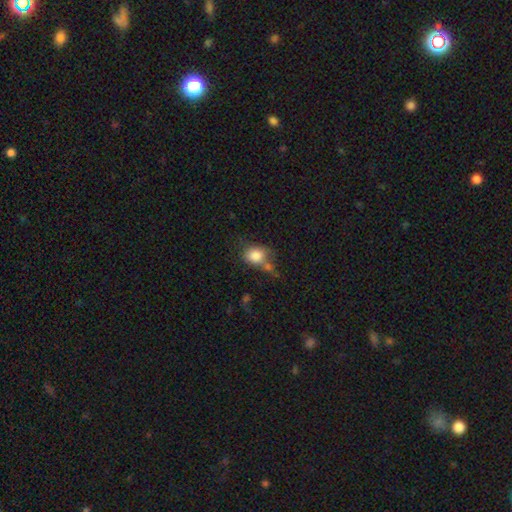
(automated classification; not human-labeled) Smooth or featured: smooth — 82% (featured or disk — 9%)
How rounded: round — 52% (in between — 47%)
Merging: none — 44% (merger — 24%)